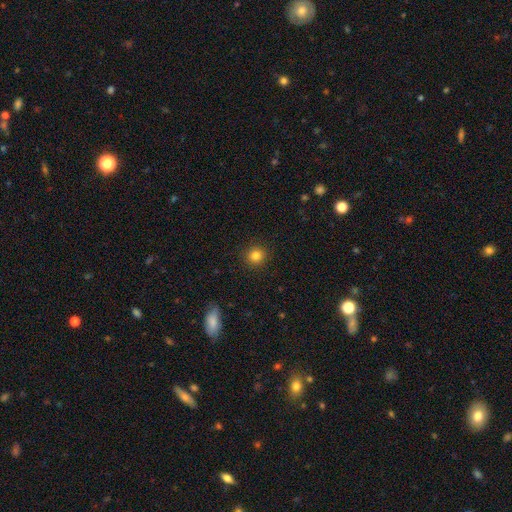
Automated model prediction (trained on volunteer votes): Q: Smooth or featured?
A: smooth (83%); runner-up: star or artifact (12%)
Q: How rounded?
A: round (92%); runner-up: in between (7%)
Q: Merging?
A: none (92%); runner-up: minor disturbance (5%)